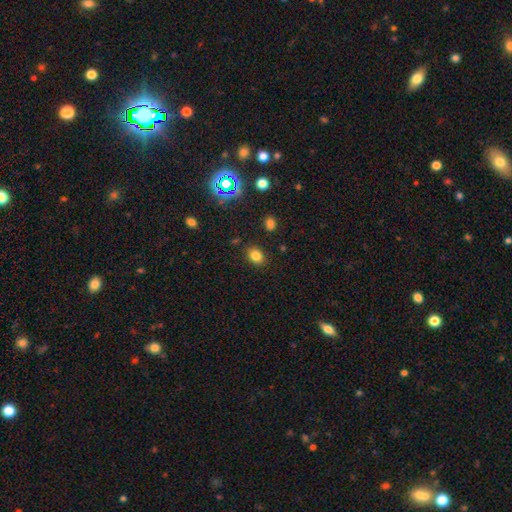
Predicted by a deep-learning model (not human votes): A smooth galaxy with no disk features (79%) that is in between round and cigar-shaped (57%). Merging: none (86%).